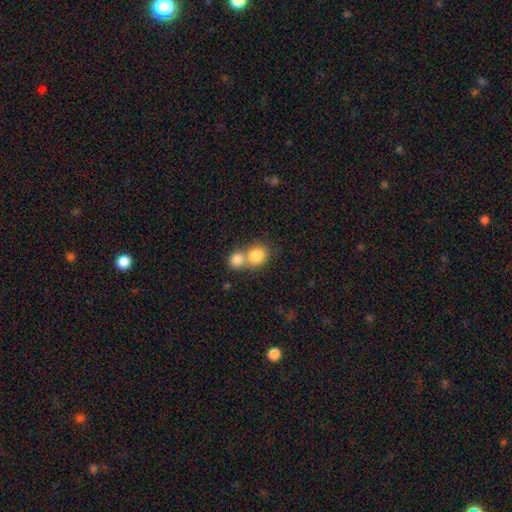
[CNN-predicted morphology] Smooth or featured? Predicted: smooth (p=0.83). How rounded? Predicted: round (p=0.76). Merging? Predicted: merger (p=0.60).